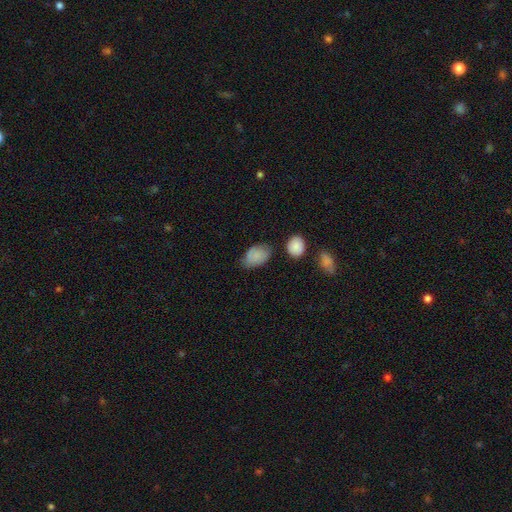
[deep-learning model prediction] This appears to be a smooth galaxy with no disk features (84%) that is in between round and cigar-shaped (87%). Merging: none (62%).